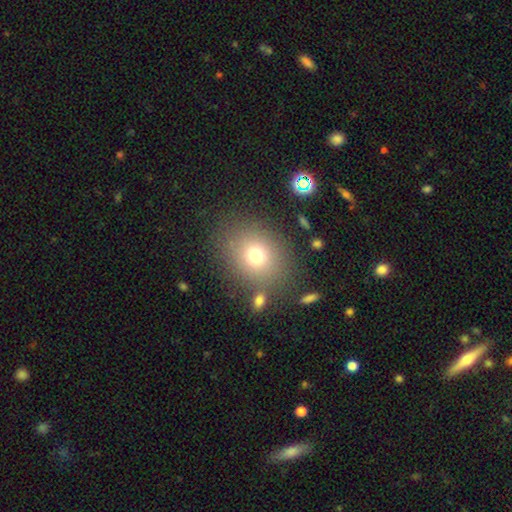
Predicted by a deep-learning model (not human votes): This appears to be a smooth galaxy with no disk features (73%) that is round (62%). Merging: none (78%).